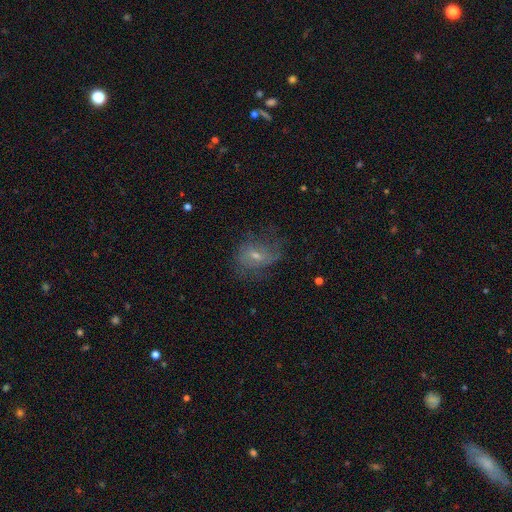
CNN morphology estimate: Overall: featured or disk (53%; smooth 35%). Edge-on disk: no (96%). Bar: no (49%; weak 42%). Spiral arms: yes (68%; no 32%). Bulge size: small (54%; moderate 38%). Merging: none (50%; minor disturbance 25%).